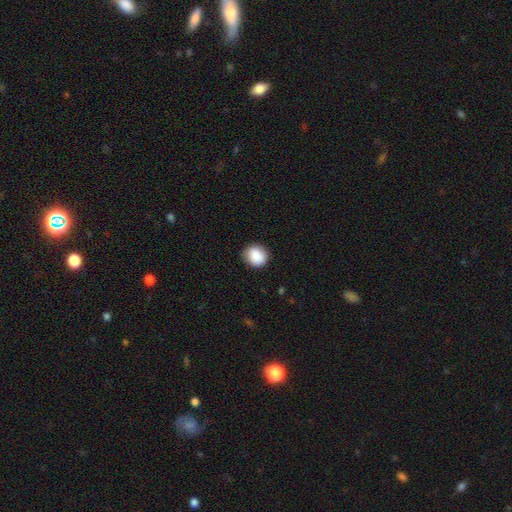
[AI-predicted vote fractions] This is clearly a smooth galaxy (87%). How rounded: clearly round (80%). Merging: clearly none (85%).